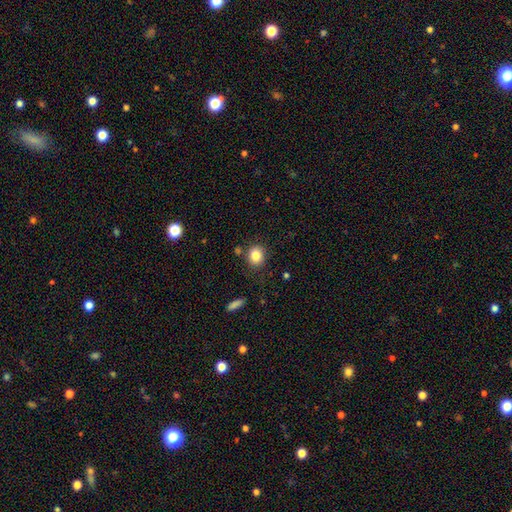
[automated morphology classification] A smooth galaxy with no disk features (83%) that is round (70%).

Vote fractions:
- Smooth or featured? smooth: 83% / star or artifact: 10% / featured or disk: 7%
- How rounded? round: 70% / in between: 29% / cigar-shaped: 1%
- Merging? none: 83% / minor disturbance: 10% / merger: 4% / major disturbance: 3%